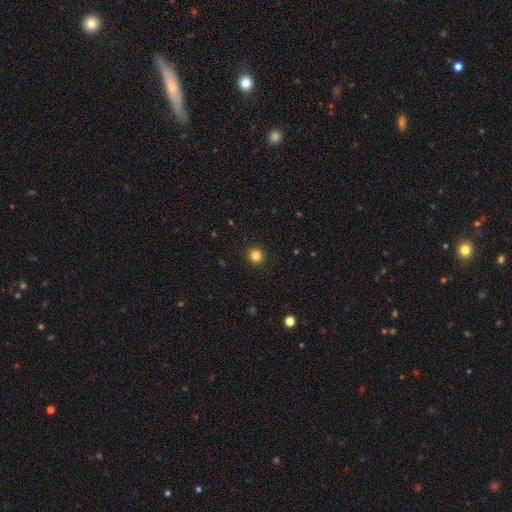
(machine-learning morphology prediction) smooth_or_featured: smooth (p=0.84) [alt: star or artifact p=0.12]
how_rounded: round (p=0.94) [alt: in between p=0.05]
merging: none (p=0.92) [alt: minor disturbance p=0.05]